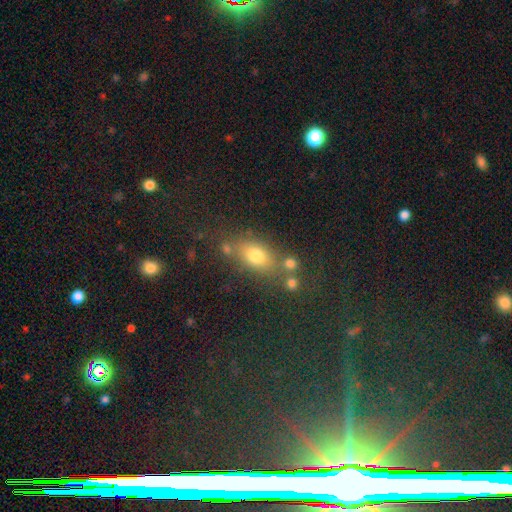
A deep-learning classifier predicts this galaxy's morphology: This appears to be a smooth galaxy with no disk features (69%) that is in between round and cigar-shaped (66%). Merging: none (65%).